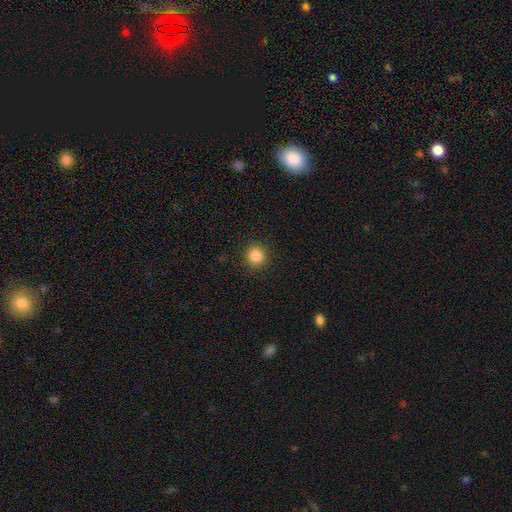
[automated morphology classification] Smooth or featured: smooth — 86% (star or artifact — 11%)
How rounded: round — 93% (in between — 6%)
Merging: none — 91% (minor disturbance — 6%)